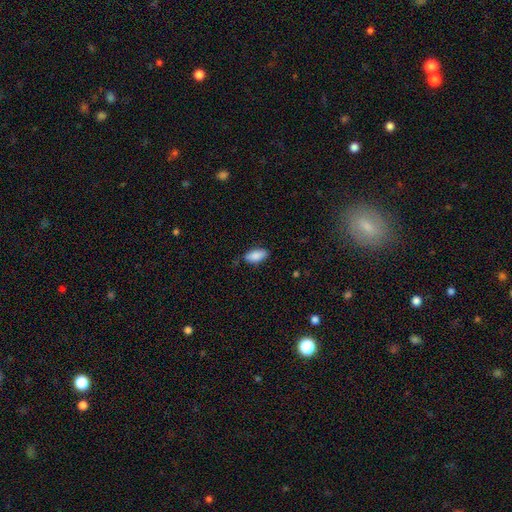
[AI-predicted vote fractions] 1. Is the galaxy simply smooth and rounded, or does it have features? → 87% smooth, 7% featured or disk, 7% star or artifact.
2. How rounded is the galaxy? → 90% in between, 8% cigar-shaped, 3% round.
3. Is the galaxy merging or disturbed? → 79% none, 17% minor disturbance, 3% major disturbance, 1% merger.